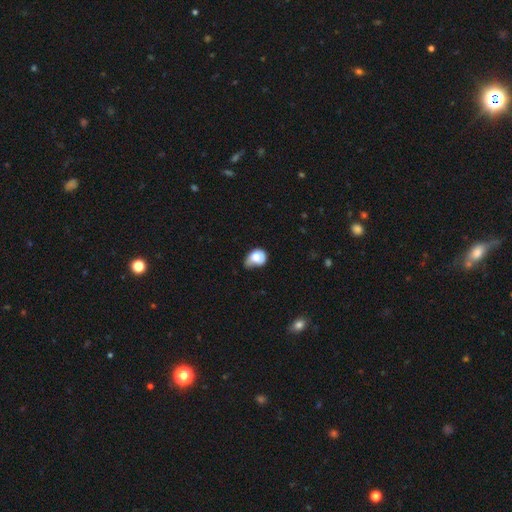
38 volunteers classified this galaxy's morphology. Smooth or featured? smooth (68%)
How rounded? round (62%)
Merging? minor disturbance (49%)